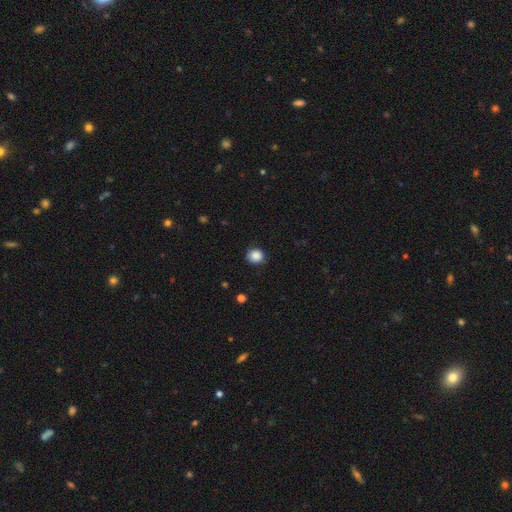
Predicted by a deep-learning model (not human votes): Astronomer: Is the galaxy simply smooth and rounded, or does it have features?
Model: smooth — 87%.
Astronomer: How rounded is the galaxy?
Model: round — 81%.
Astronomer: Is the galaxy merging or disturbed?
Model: none — 83%.